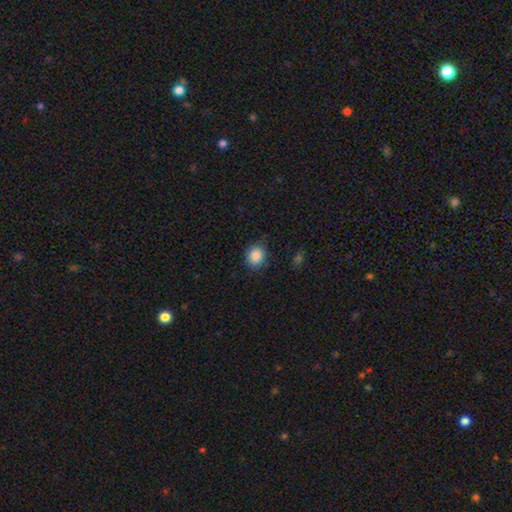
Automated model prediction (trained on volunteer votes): A smooth galaxy with no disk features (87%) that is round (65%).

Vote fractions:
- Smooth or featured? smooth: 87% / star or artifact: 9% / featured or disk: 4%
- How rounded? round: 65% / in between: 34% / cigar-shaped: 1%
- Merging? none: 77% / minor disturbance: 18% / major disturbance: 4% / merger: 1%